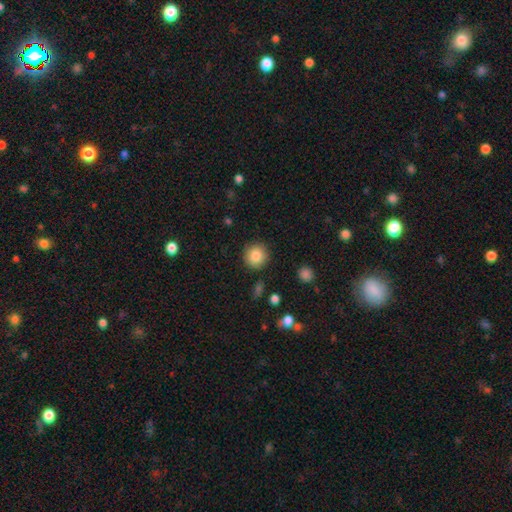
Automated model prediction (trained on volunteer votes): This is clearly a smooth galaxy (85%). How rounded: clearly round (93%). Merging: clearly none (89%).